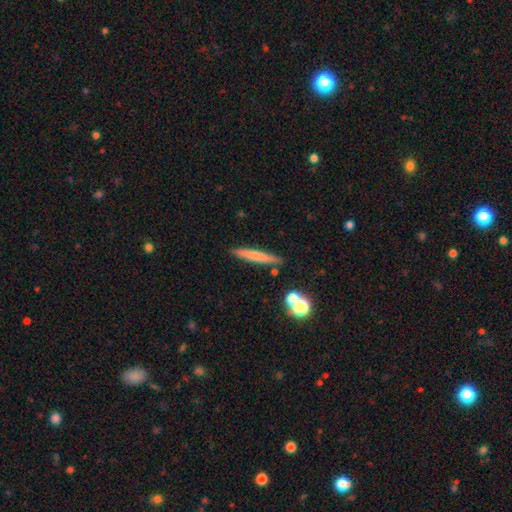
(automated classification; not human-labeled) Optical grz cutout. It shows a smooth galaxy with no disk features (65%) that is cigar-shaped (94%). Merging: none (87%).